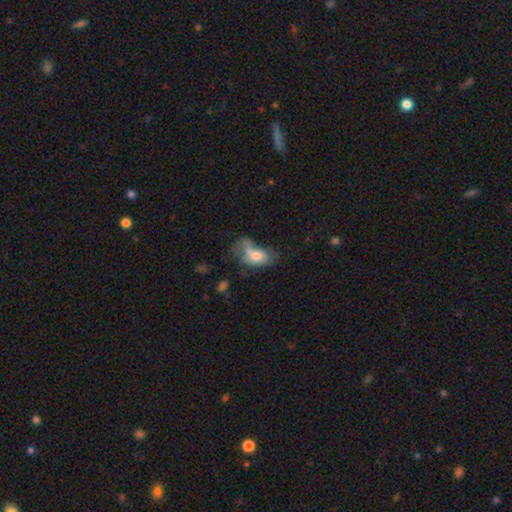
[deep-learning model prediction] This is likely a smooth galaxy (61%). How rounded: clearly in between (87%). Merging: marginally major disturbance (36%).